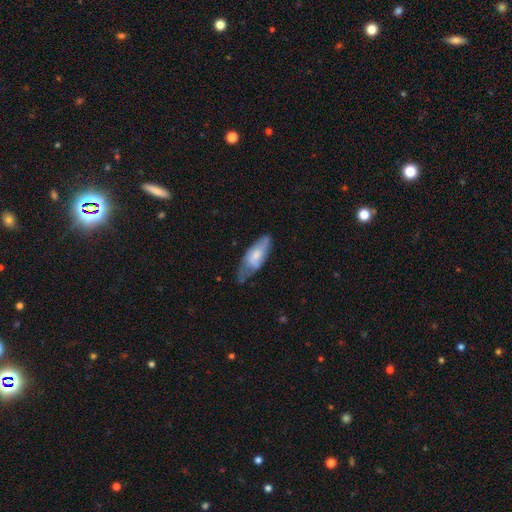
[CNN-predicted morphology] Smooth or featured? Predicted: smooth (p=0.60). How rounded? Predicted: in between (p=0.75). Merging? Predicted: none (p=0.40).